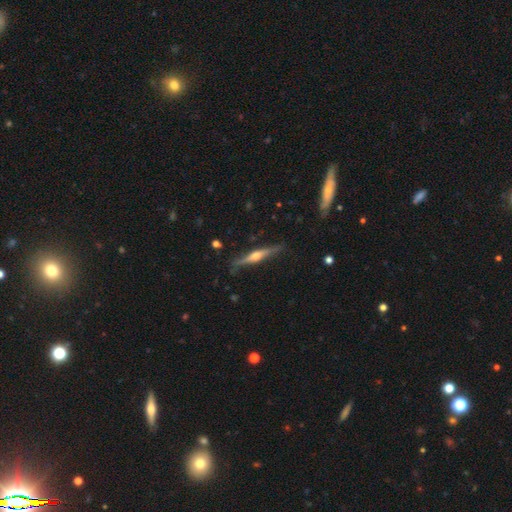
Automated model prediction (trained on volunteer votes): Q: Smooth or featured?
A: featured or disk (74%); runner-up: smooth (21%)
Q: Edge-on disk?
A: yes (98%); runner-up: no (2%)
Q: Edge-on bulge?
A: rounded (87%); runner-up: boxy (7%)
Q: Merging?
A: none (85%); runner-up: minor disturbance (11%)